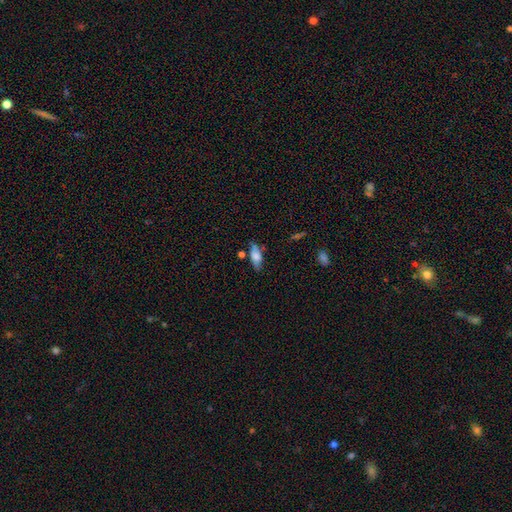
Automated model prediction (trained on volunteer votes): Q: Smooth or featured?
A: smooth (70%); runner-up: featured or disk (22%)
Q: How rounded?
A: in between (75%); runner-up: cigar-shaped (21%)
Q: Merging?
A: none (64%); runner-up: minor disturbance (22%)